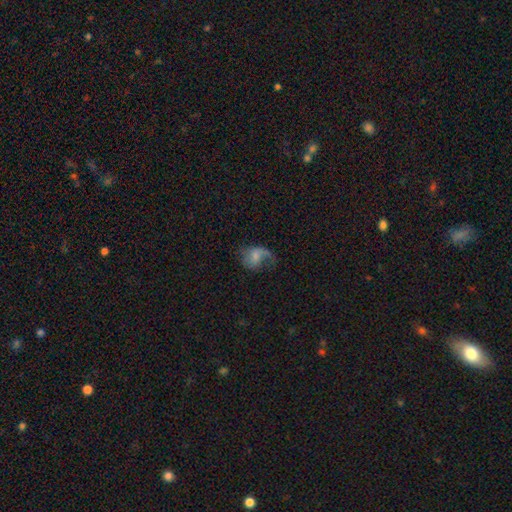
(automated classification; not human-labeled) This appears to be a featured or disk galaxy (49%). Merging: major disturbance (38%).